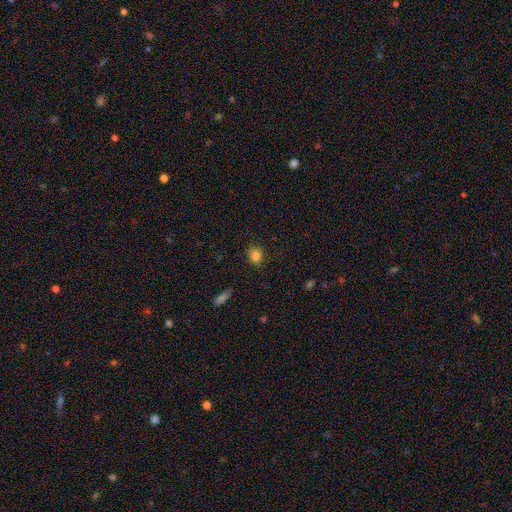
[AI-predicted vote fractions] This is clearly a smooth galaxy (84%). How rounded: possibly round (56%). Merging: clearly none (85%).